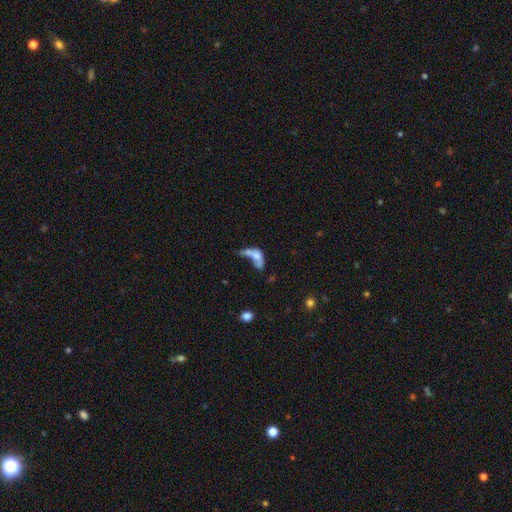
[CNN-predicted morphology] Q: Smooth or featured?
A: smooth (54%); runner-up: featured or disk (35%)
Q: How rounded?
A: in between (75%); runner-up: cigar-shaped (13%)
Q: Merging?
A: merger (46%); runner-up: major disturbance (30%)